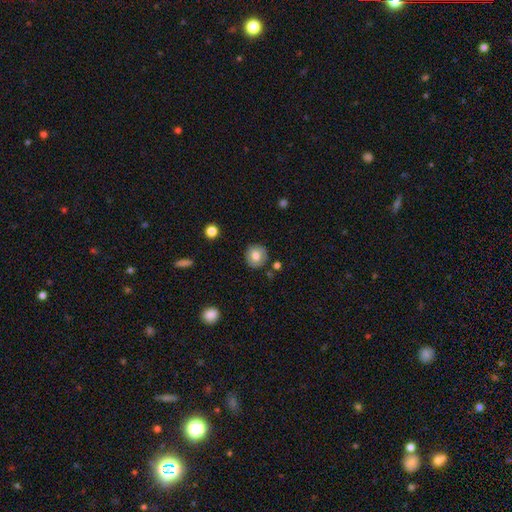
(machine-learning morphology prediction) Smooth or featured?
  - smooth: 77% *
  - featured or disk: 14%
  - star or artifact: 9%
How rounded?
  - round: 91% *
  - in between: 8%
  - cigar-shaped: 1%
Merging?
  - none: 88% *
  - minor disturbance: 8%
  - merger: 2%
  - major disturbance: 2%